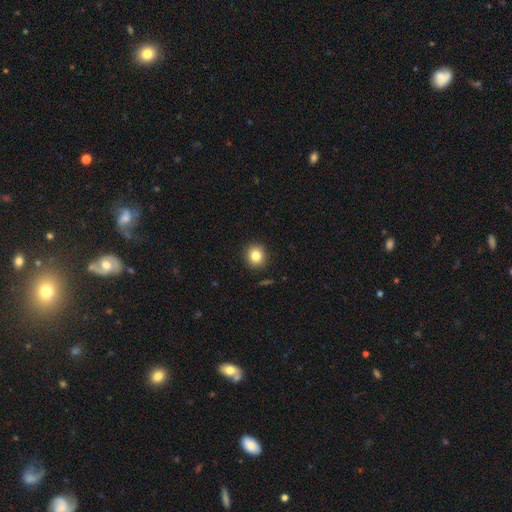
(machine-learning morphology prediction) A smooth galaxy with no disk features (82%) that is round (87%). Merging: none (91%).